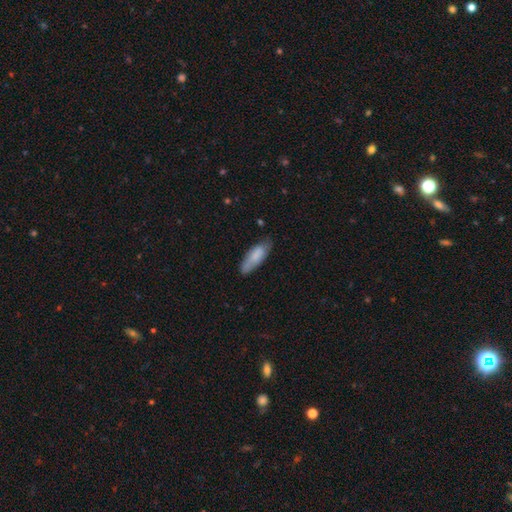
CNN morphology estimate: The model was most divided on "how rounded": in between: 63%, cigar-shaped: 35%, round: 2%. More confident: smooth or featured — smooth (80%); merging — none (68%).